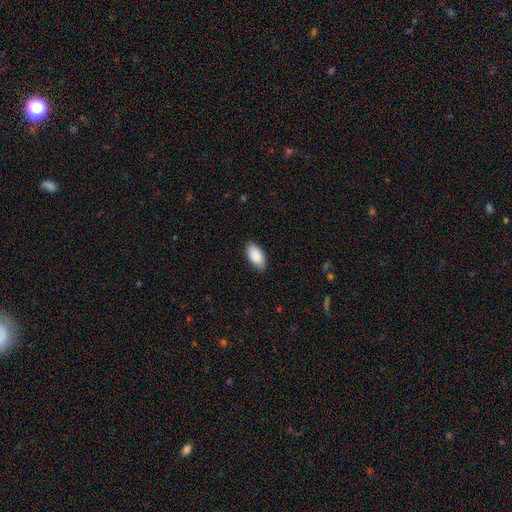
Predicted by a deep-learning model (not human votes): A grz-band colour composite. It shows a smooth galaxy with no disk features (89%) that is in between round and cigar-shaped (94%). Merging: none (84%).